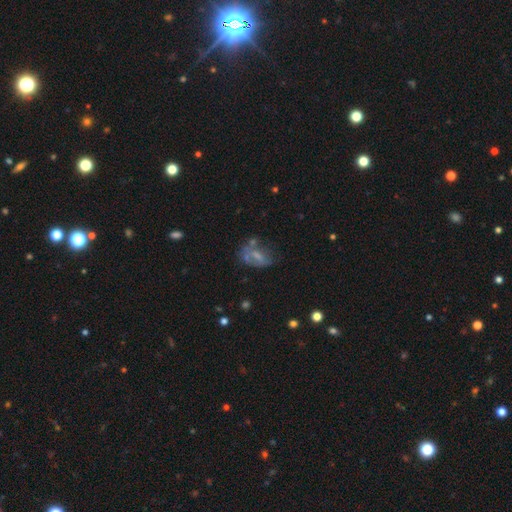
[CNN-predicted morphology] Smooth or featured?
  - featured or disk: 46% *
  - smooth: 39%
  - star or artifact: 14%
Merging?
  - none: 37% *
  - major disturbance: 26%
  - minor disturbance: 24%
  - merger: 13%